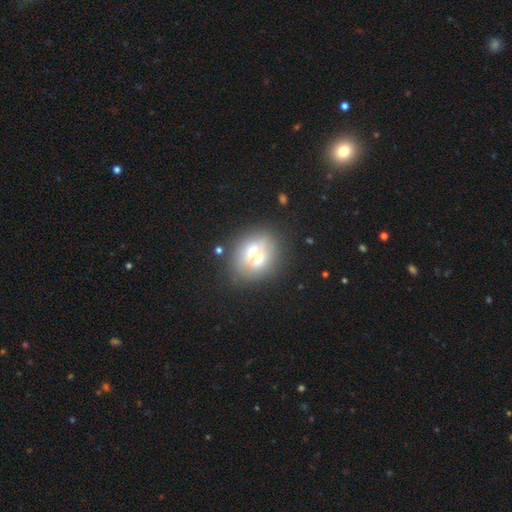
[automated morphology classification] Smooth or featured? Predicted: smooth (p=0.54). How rounded? Predicted: round (p=0.68). Merging? Predicted: none (p=0.45).